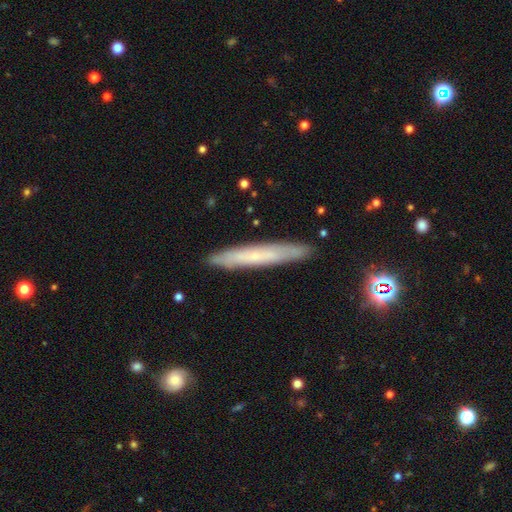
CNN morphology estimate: This appears to be a smooth galaxy with no disk features (48%). Merging: none (89%).